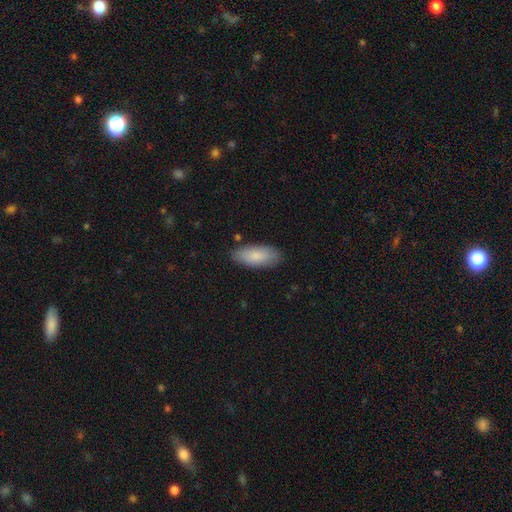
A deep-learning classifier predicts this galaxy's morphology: Smooth or featured: smooth — 84% (featured or disk — 10%)
How rounded: in between — 88% (cigar-shaped — 11%)
Merging: none — 83% (minor disturbance — 13%)